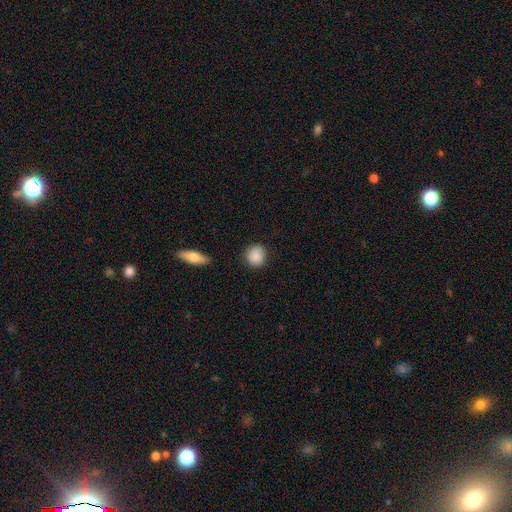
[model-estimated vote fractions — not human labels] smooth-or-featured: smooth: 88% | star or artifact: 8% | featured or disk: 4%
  how-rounded: round: 83% | in between: 15% | cigar-shaped: 1%
  merging: none: 82% | minor disturbance: 14% | major disturbance: 3% | merger: 2%